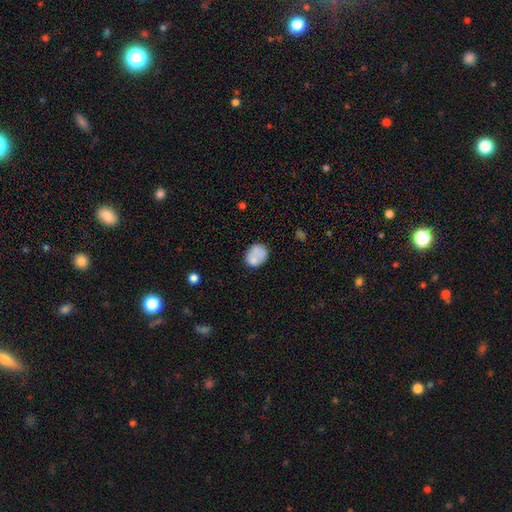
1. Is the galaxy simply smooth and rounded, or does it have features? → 81% smooth, 11% featured or disk, 8% star or artifact.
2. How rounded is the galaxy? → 53% in between, 47% round, 0% cigar-shaped.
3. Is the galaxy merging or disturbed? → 59% none, 26% minor disturbance, 12% merger, 3% major disturbance.